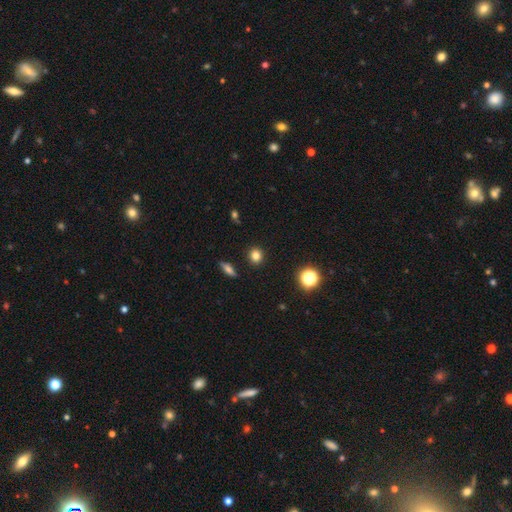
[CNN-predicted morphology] Q: Smooth or featured?
A: smooth (81%); runner-up: star or artifact (13%)
Q: How rounded?
A: round (83%); runner-up: in between (15%)
Q: Merging?
A: none (90%); runner-up: minor disturbance (6%)